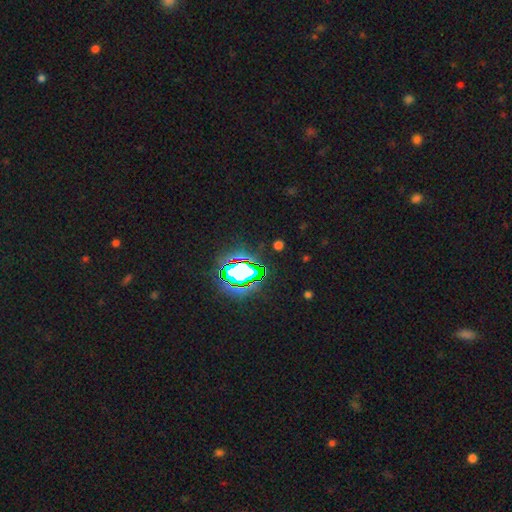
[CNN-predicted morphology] A star or artifact, not a galaxy (81%).

Vote fractions:
- Smooth or featured? star or artifact: 81% / smooth: 12% / featured or disk: 8%